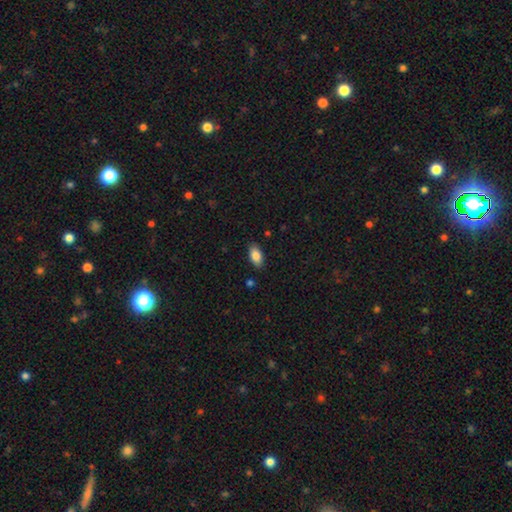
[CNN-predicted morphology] smooth-or-featured: smooth: 85% | featured or disk: 8% | star or artifact: 7%
  how-rounded: in between: 92% | cigar-shaped: 5% | round: 4%
  merging: none: 86% | minor disturbance: 10% | major disturbance: 2% | merger: 1%